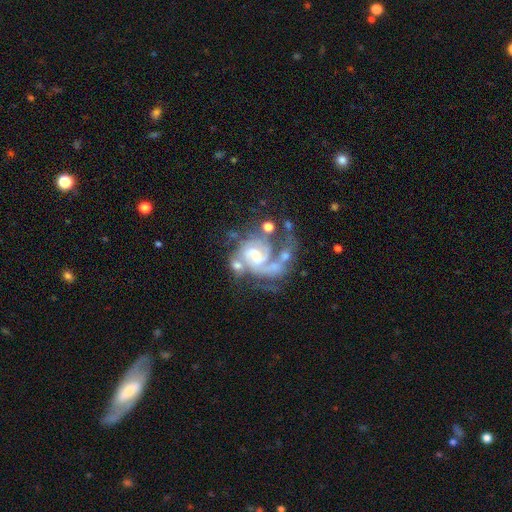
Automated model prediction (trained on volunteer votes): Q: Smooth or featured?
A: featured or disk (86%); runner-up: star or artifact (7%)
Q: Edge-on disk?
A: no (98%); runner-up: yes (2%)
Q: Bar?
A: weak (46%); runner-up: no (39%)
Q: Spiral arms?
A: yes (93%); runner-up: no (7%)
Q: Spiral winding?
A: medium (45%); runner-up: tight (38%)
Q: Spiral arm count?
A: 2 (52%); runner-up: can't tell (16%)
Q: Bulge size?
A: small (41%); runner-up: moderate (37%)
Q: Merging?
A: major disturbance (31%); runner-up: none (29%)